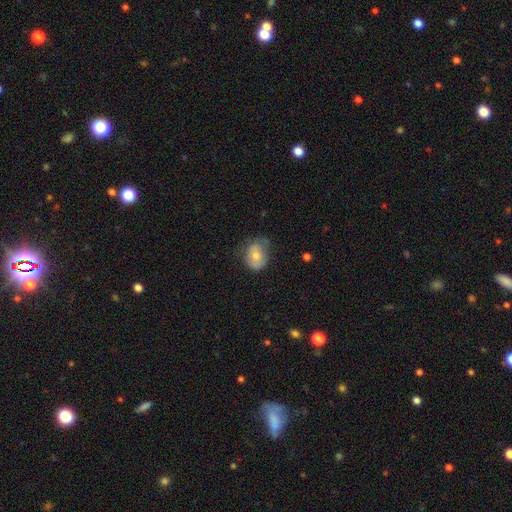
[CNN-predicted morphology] A smooth galaxy with no disk features (68%) that is in between round and cigar-shaped (56%). Merging: none (51%).